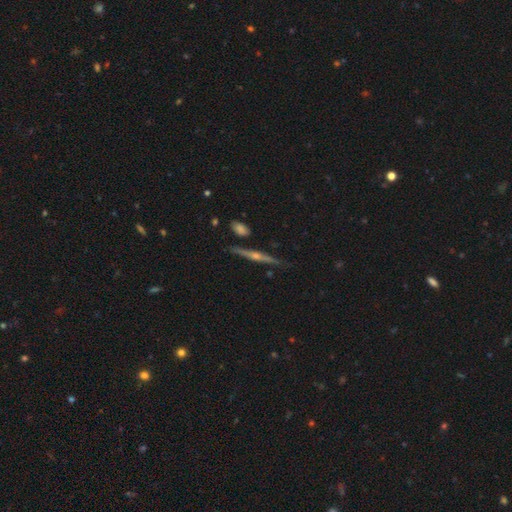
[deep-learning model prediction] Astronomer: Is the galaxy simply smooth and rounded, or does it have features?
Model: featured or disk — 81%.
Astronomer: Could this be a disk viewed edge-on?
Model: yes — 98%.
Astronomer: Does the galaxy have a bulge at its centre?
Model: rounded — 88%.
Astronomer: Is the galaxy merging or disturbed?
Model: none — 86%.